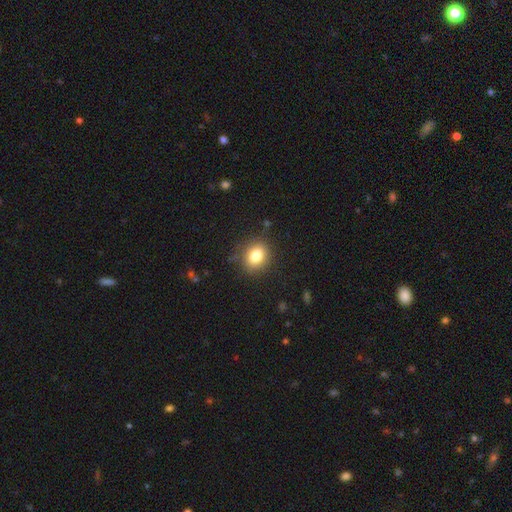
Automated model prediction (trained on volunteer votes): This appears to be a smooth galaxy with no disk features (82%) that is round (60%). Merging: none (86%).